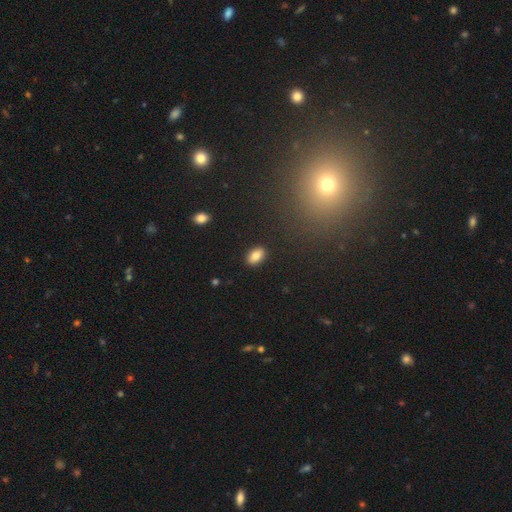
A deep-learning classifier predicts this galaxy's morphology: Smooth or featured? Predicted: smooth (p=0.83). How rounded? Predicted: in between (p=0.89). Merging? Predicted: none (p=0.89).